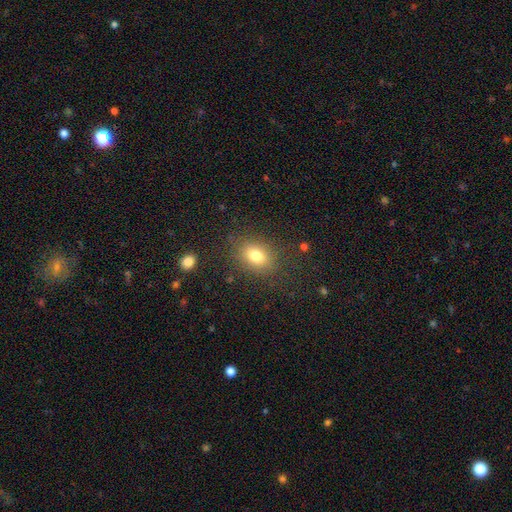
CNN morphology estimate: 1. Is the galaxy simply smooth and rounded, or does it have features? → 79% smooth, 11% star or artifact, 10% featured or disk.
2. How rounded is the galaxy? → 66% in between, 33% round, 1% cigar-shaped.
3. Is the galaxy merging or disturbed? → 82% none, 11% minor disturbance, 5% major disturbance, 2% merger.